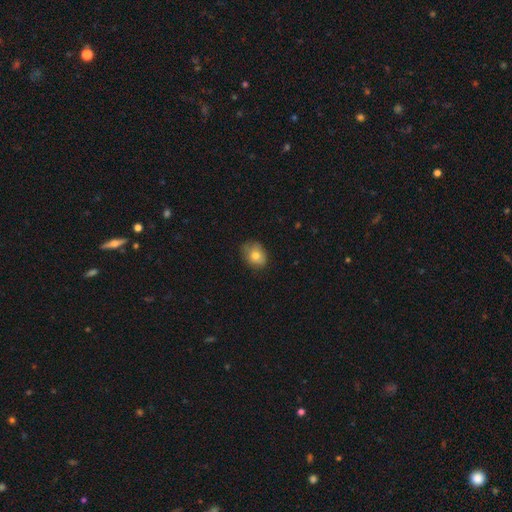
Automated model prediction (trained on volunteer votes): Smooth or featured? smooth (77%)
How rounded? in between (59%)
Merging? none (66%)